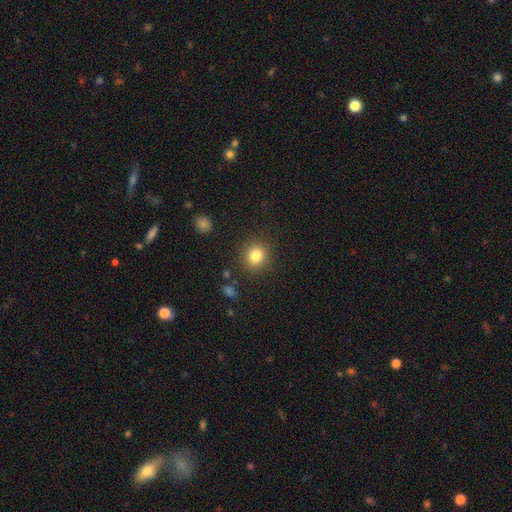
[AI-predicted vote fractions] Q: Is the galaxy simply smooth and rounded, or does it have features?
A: smooth — 83%.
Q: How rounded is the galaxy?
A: round — 86%.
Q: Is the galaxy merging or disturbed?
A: none — 88%.